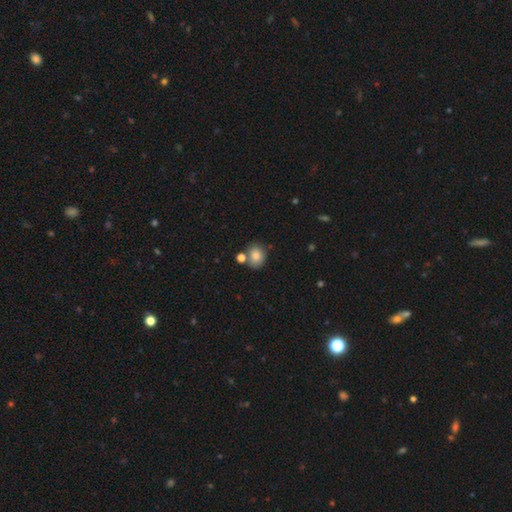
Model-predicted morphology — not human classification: smooth 84%, star or artifact 9%, featured or disk 7%. Down the decision tree: how rounded — round (52%); merging — none (65%).